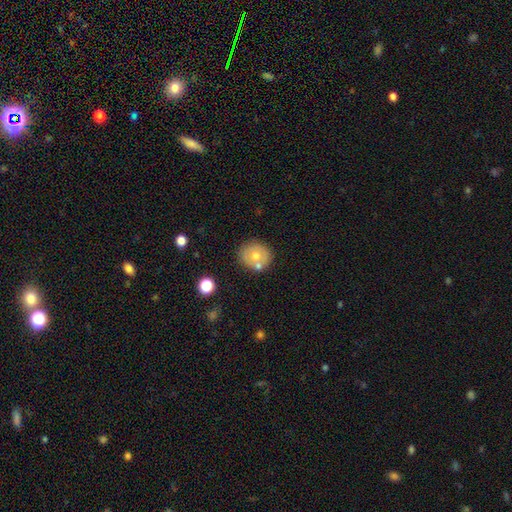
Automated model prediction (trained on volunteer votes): The model was most divided on "smooth or featured": smooth: 60%, featured or disk: 30%, star or artifact: 10%. More confident: how rounded — round (77%); merging — none (69%).